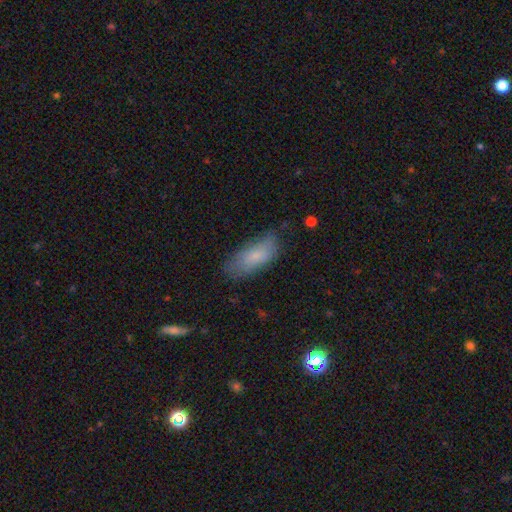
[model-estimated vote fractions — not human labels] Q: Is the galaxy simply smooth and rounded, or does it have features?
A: smooth — 77%.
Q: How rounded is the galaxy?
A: in between — 81%.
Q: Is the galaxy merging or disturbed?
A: none — 66%.